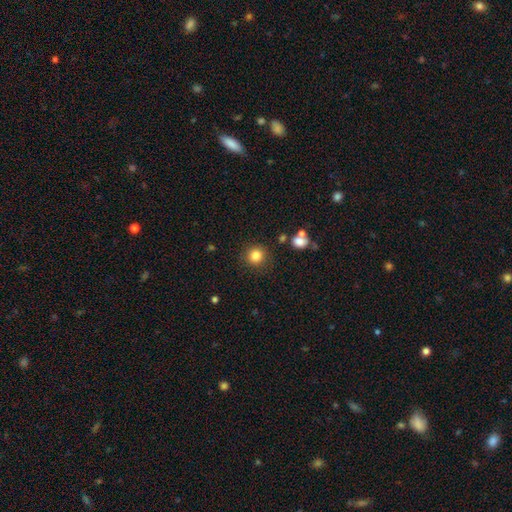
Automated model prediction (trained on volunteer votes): This appears to be a smooth galaxy with no disk features (83%) that is round (91%). Merging: none (86%).